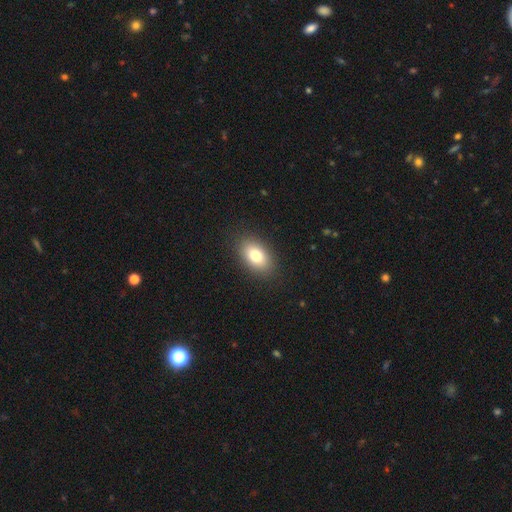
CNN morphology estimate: This appears to be a smooth galaxy with no disk features (80%) that is in between round and cigar-shaped (89%). Merging: none (88%).